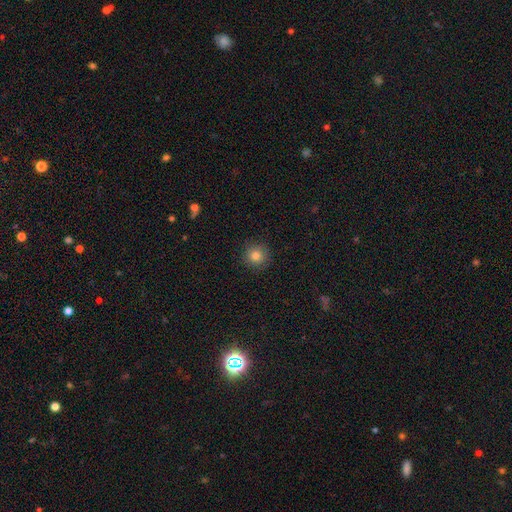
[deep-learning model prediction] Overall: smooth (83%). How rounded: round (94%). Merging: none (91%).